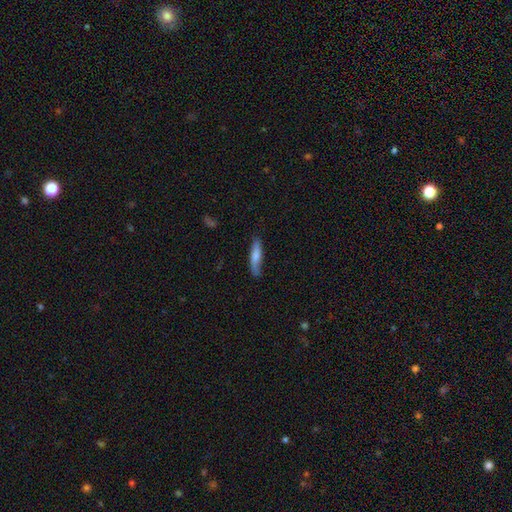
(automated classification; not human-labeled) Smooth or featured: smooth — 72% (featured or disk — 23%)
How rounded: cigar-shaped — 77% (in between — 21%)
Merging: none — 73% (minor disturbance — 21%)